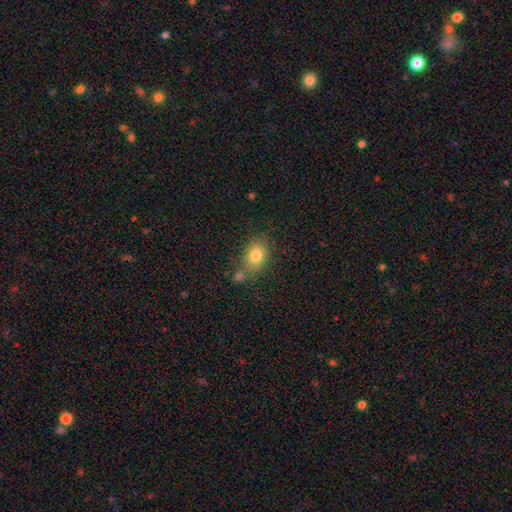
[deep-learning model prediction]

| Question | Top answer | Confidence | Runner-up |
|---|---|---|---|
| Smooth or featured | smooth | 80% | featured or disk (10%) |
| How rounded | in between | 72% | round (26%) |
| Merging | none | 61% | minor disturbance (17%) |